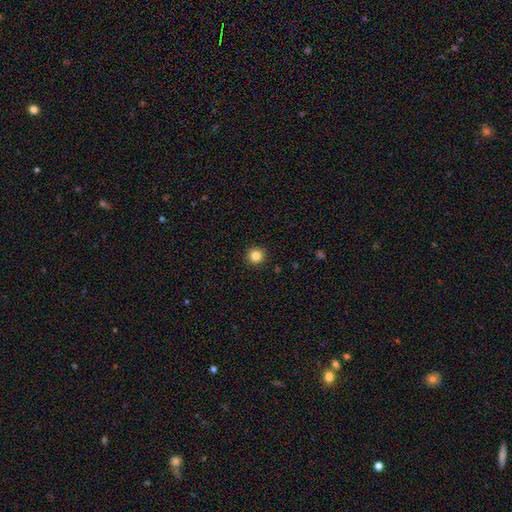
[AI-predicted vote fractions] Smooth or featured: smooth — 84% (star or artifact — 12%)
How rounded: round — 96% (in between — 3%)
Merging: none — 93% (minor disturbance — 4%)